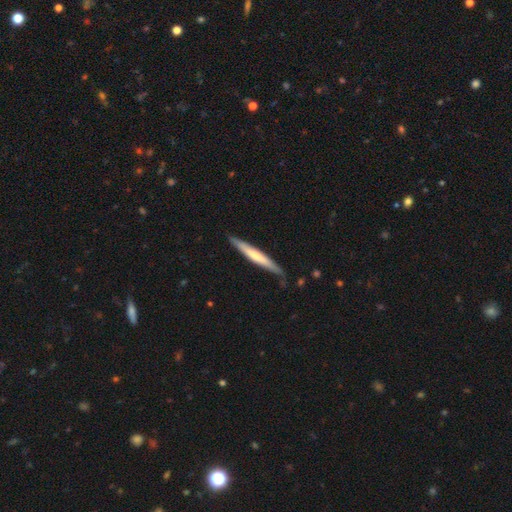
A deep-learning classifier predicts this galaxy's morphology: A smooth galaxy with no disk features (48%).

Vote fractions:
- Smooth or featured? smooth: 48% / featured or disk: 47% / star or artifact: 5%
- Merging? none: 84% / minor disturbance: 13% / major disturbance: 2% / merger: 1%